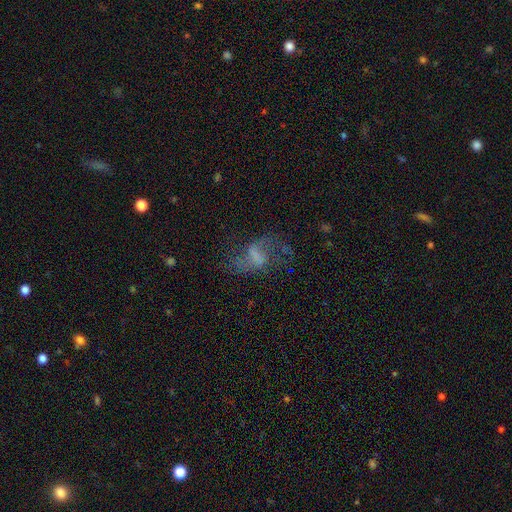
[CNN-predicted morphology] Smooth or featured?
  - featured or disk: 63% *
  - smooth: 23%
  - star or artifact: 14%
Edge-on disk?
  - no: 96% *
  - yes: 4%
Bar?
  - weak: 47% *
  - strong: 27%
  - no: 27%
Spiral arms?
  - yes: 76% *
  - no: 24%
Bulge size?
  - none: 51% *
  - small: 21%
  - moderate: 18%
  - large: 8%
  - dominant: 2%
Merging?
  - none: 52% *
  - major disturbance: 27%
  - minor disturbance: 18%
  - merger: 3%